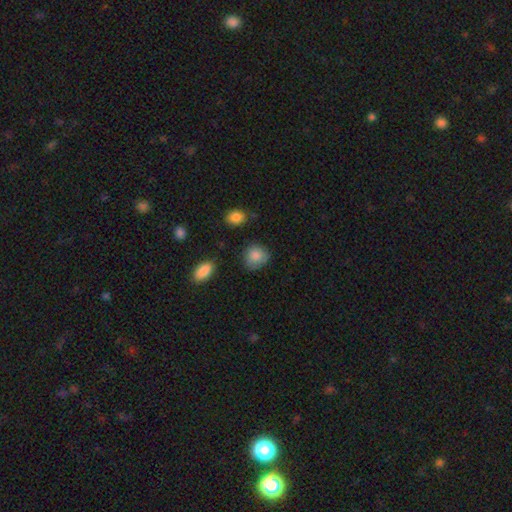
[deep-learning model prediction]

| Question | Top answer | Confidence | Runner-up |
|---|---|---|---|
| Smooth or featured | smooth | 86% | star or artifact (8%) |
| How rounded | round | 77% | in between (22%) |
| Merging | none | 70% | minor disturbance (22%) |